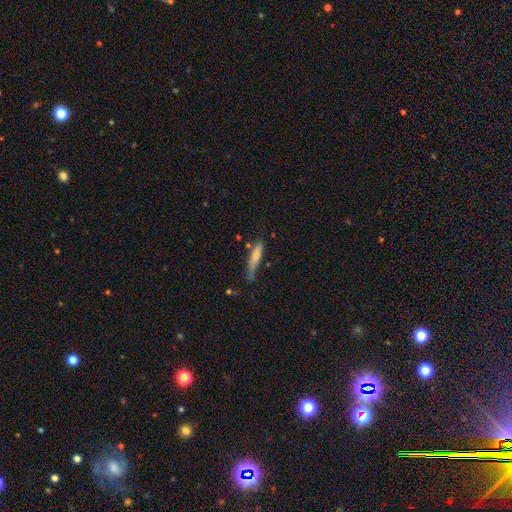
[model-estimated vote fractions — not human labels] A smooth galaxy with no disk features (71%) that is cigar-shaped (81%). Merging: none (48%).